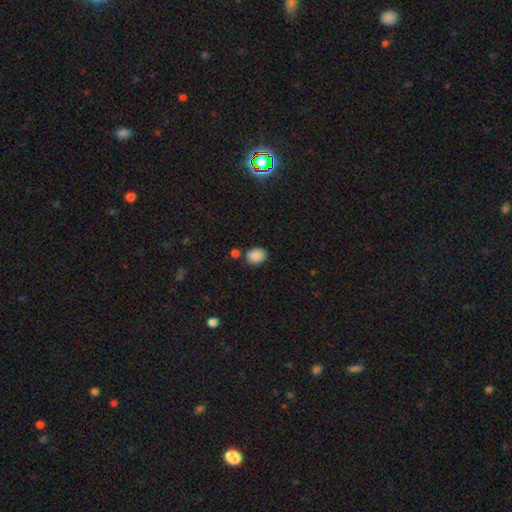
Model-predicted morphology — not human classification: This appears to be a smooth galaxy with no disk features (87%) that is round (54%). Merging: none (75%).